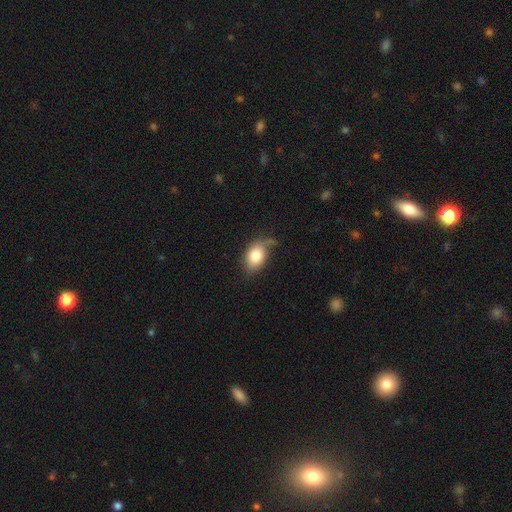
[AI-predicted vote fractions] Smooth or featured? Predicted: smooth (p=0.79). How rounded? Predicted: in between (p=0.79). Merging? Predicted: none (p=0.48).